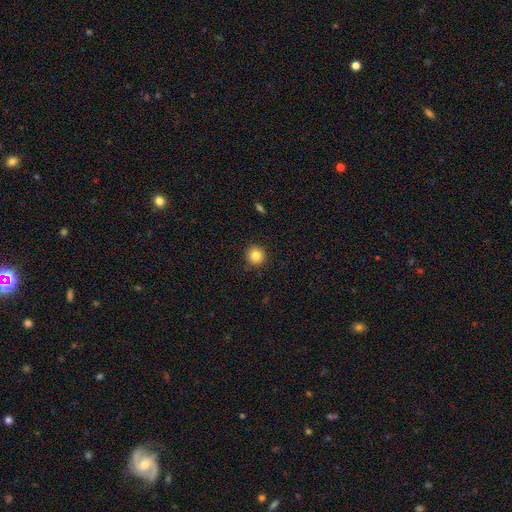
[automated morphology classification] Smooth or featured? smooth (84%)
How rounded? round (93%)
Merging? none (89%)